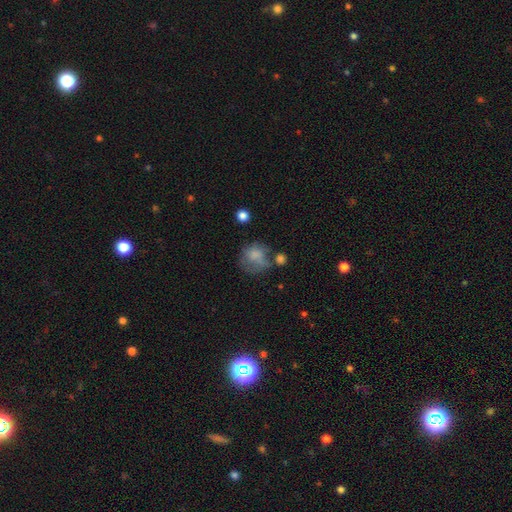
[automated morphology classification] The model was most divided on "merging": none: 38%, major disturbance: 26%, minor disturbance: 24%, merger: 12%. More confident: how rounded — round (71%); smooth or featured — smooth (69%).